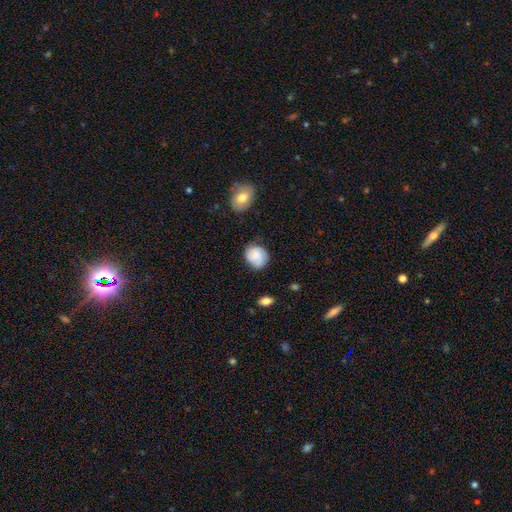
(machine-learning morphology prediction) This appears to be a smooth galaxy with no disk features (69%) that is round (71%). Merging: none (65%).